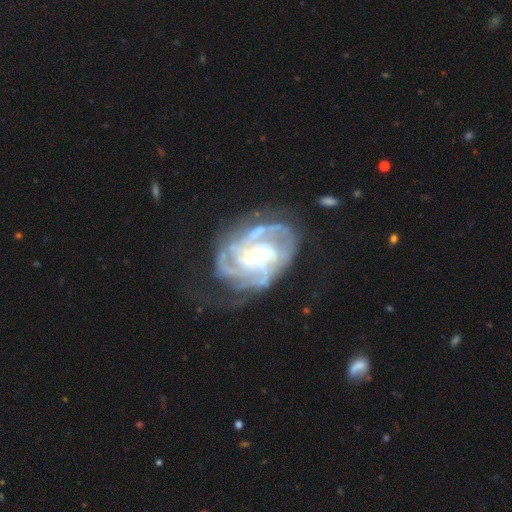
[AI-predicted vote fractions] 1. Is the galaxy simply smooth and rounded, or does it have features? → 89% featured or disk, 6% smooth, 6% star or artifact.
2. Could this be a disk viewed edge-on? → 98% no, 2% yes.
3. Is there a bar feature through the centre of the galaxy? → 47% no, 40% weak, 13% strong.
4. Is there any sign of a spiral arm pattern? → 95% yes, 5% no.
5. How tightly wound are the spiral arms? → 53% tight, 38% medium, 9% loose.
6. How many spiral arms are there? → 29% can't tell, 21% 3, 19% 2, 17% 4, 8% more than 4, 6% 1.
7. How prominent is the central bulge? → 67% small, 27% moderate, 2% none, 2% large, 1% dominant.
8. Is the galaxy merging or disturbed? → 54% none, 22% minor disturbance, 21% major disturbance, 3% merger.